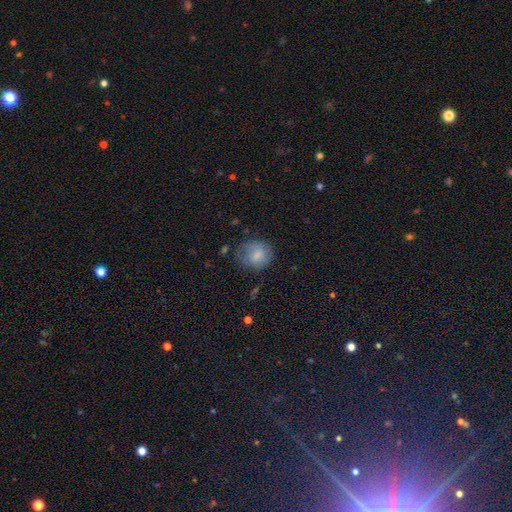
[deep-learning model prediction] Smooth or featured? smooth (65%)
How rounded? round (65%)
Merging? none (63%)